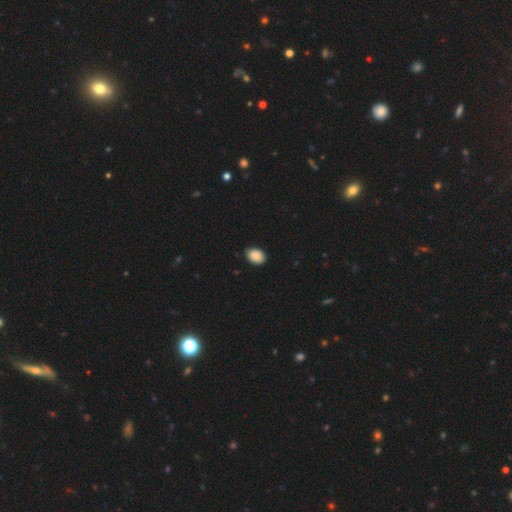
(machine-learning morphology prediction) Overall: smooth (89%). How rounded: in between (70%). Merging: none (87%).